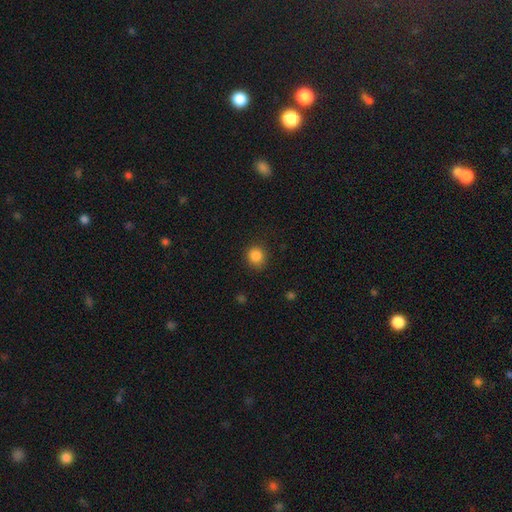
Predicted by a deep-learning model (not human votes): Morphology: type=smooth (86%); roundness=round (88%); merging=none (86%).